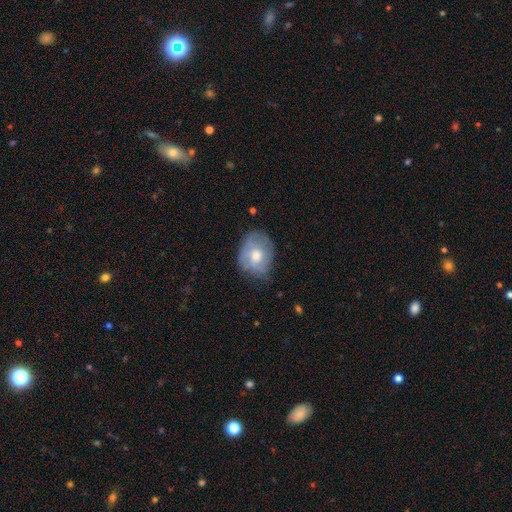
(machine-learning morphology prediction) smooth 49%, featured or disk 44%, star or artifact 7%. Down the decision tree: merging — none (54%).